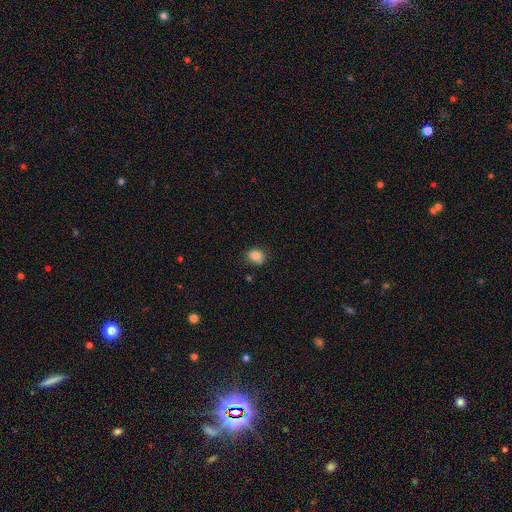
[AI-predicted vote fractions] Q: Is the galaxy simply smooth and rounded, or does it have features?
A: smooth — 85%.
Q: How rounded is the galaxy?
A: round — 61%.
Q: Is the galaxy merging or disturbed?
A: none — 73%.